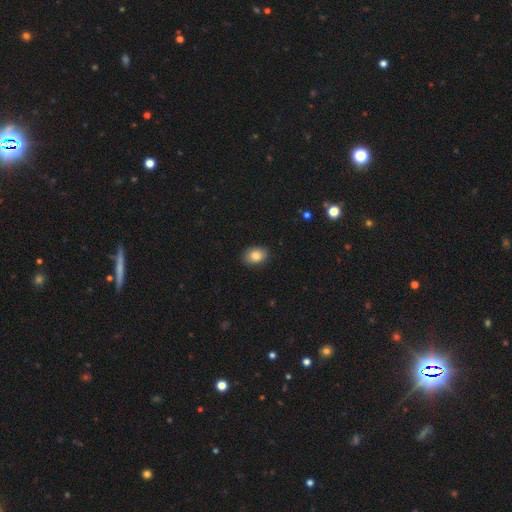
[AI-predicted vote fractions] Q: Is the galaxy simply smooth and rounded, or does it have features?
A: smooth — 85%.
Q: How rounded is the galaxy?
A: in between — 74%.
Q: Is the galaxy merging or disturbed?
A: none — 88%.